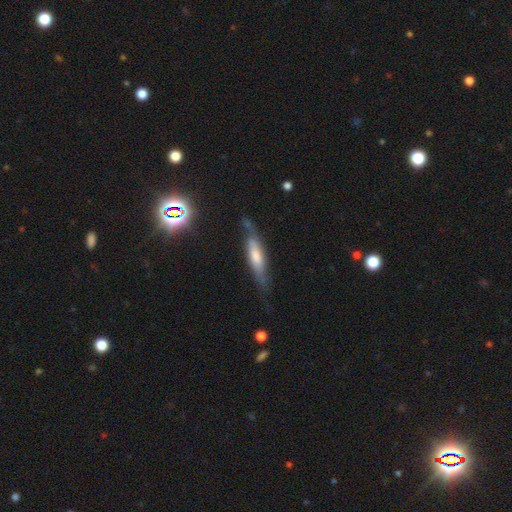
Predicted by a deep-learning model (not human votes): Smooth or featured: featured or disk — 53% (smooth — 38%)
Edge-on disk: yes — 68% (no — 32%)
Merging: none — 64% (minor disturbance — 24%)